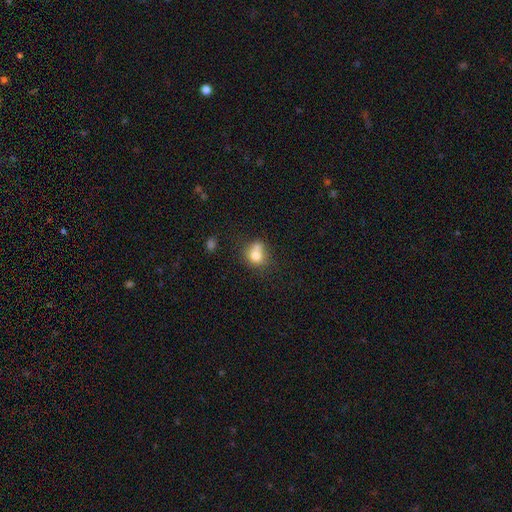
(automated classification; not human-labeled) Smooth or featured? smooth (74%)
How rounded? round (67%)
Merging? none (39%)